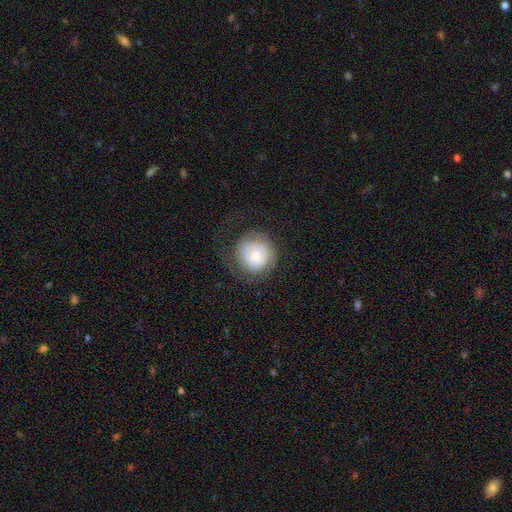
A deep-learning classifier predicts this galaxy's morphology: A smooth galaxy with no disk features (58%) that is round (92%). Merging: none (64%).